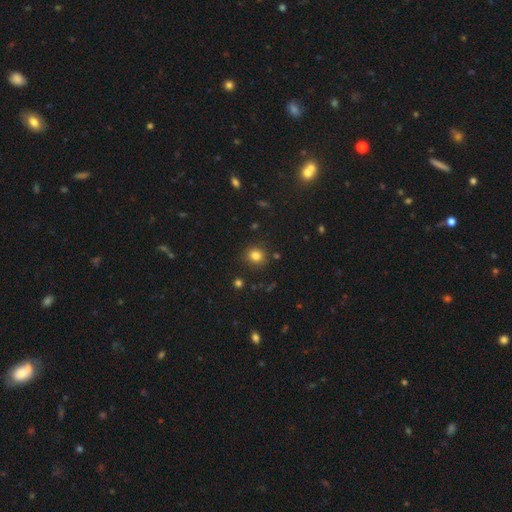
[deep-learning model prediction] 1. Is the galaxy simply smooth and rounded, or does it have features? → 81% smooth, 13% star or artifact, 6% featured or disk.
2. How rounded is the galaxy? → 85% round, 14% in between, 1% cigar-shaped.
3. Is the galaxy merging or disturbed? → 87% none, 8% minor disturbance, 3% major disturbance, 2% merger.